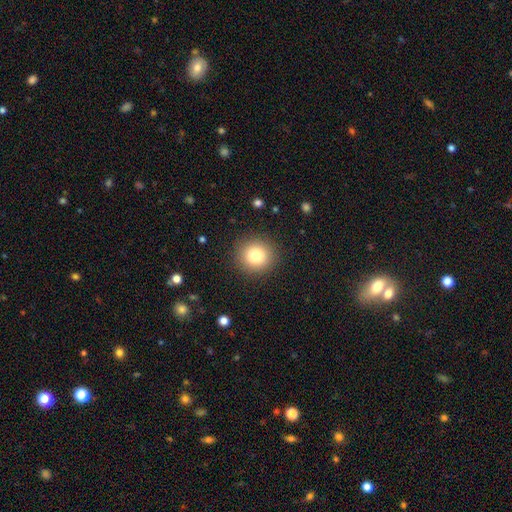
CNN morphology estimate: type=smooth (80%); roundness=round (91%); merging=none (90%).